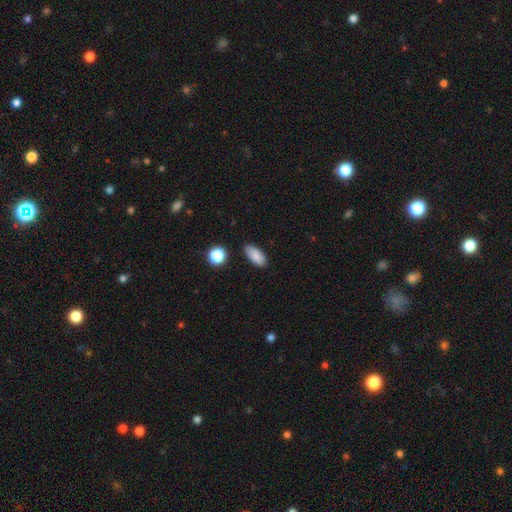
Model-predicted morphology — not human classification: This appears to be a smooth galaxy with no disk features (86%) that is in between round and cigar-shaped (90%). Merging: none (84%).